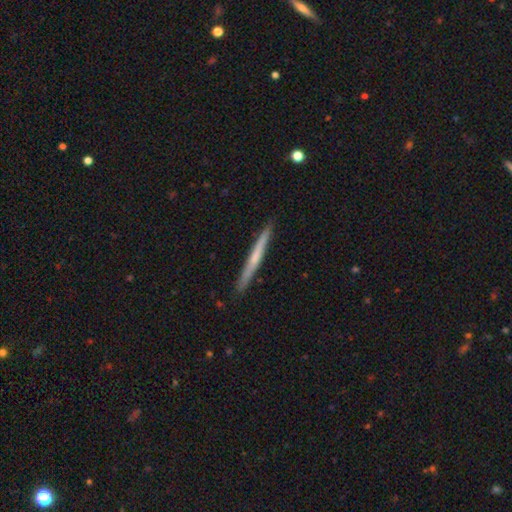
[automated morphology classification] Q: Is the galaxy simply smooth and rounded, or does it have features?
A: featured or disk — 49%.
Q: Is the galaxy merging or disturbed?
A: none — 90%.